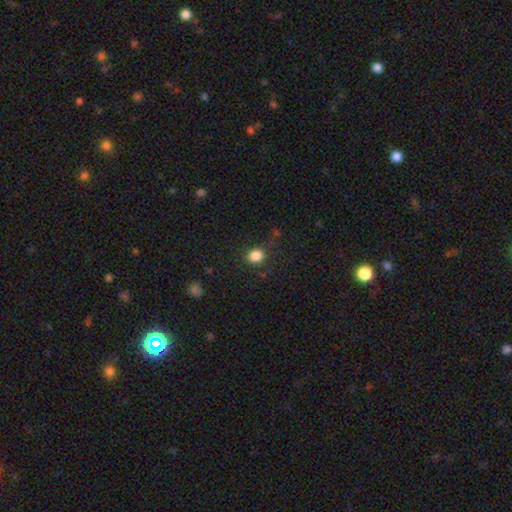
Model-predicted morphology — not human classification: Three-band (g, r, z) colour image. It shows a smooth galaxy with no disk features (85%) that is round (65%). Merging: none (83%).